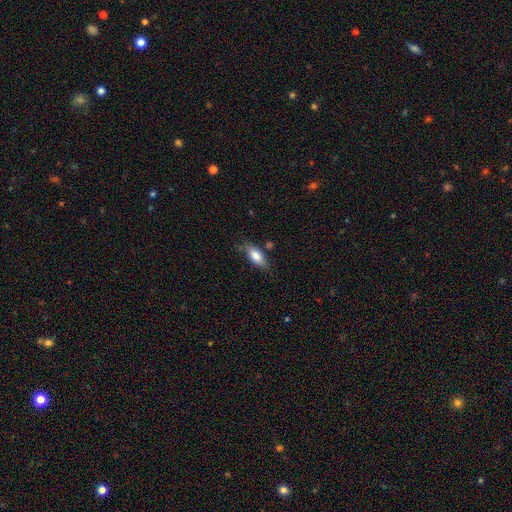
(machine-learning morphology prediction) This is clearly a smooth galaxy (80%). How rounded: clearly in between (82%). Merging: likely none (71%).